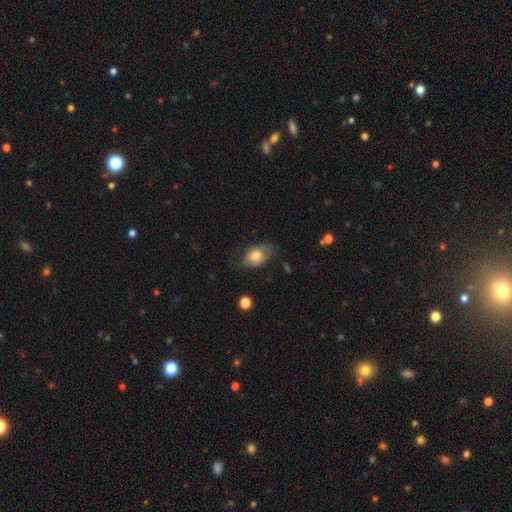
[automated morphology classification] Smooth or featured? Predicted: smooth (p=0.72). How rounded? Predicted: in between (p=0.82). Merging? Predicted: none (p=0.59).